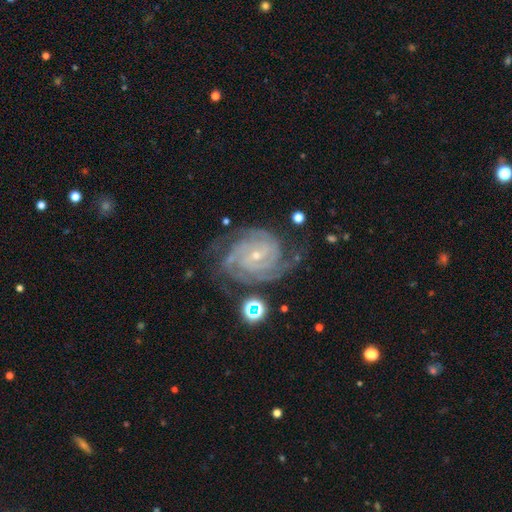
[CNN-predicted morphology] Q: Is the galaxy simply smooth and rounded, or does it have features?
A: featured or disk — 91%.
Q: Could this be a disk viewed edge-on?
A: no — 98%.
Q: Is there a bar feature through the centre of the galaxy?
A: no — 57%.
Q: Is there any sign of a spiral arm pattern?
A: yes — 98%.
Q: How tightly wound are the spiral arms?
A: tight — 74%.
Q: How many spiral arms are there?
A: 3 — 27%.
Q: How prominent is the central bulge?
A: small — 79%.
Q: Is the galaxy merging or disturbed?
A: none — 68%.